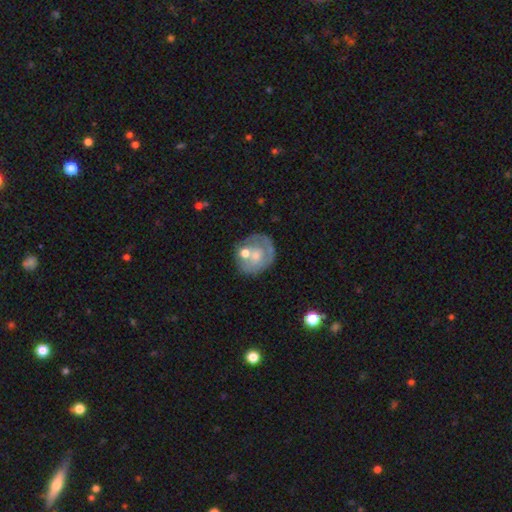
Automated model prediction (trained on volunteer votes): Smooth or featured: featured or disk — 54% (smooth — 38%)
Edge-on disk: no — 97% (yes — 3%)
Bar: no — 83% (weak — 14%)
Spiral arms: no — 65% (yes — 35%)
Bulge size: moderate — 48% (small — 37%)
Merging: none — 53% (minor disturbance — 19%)